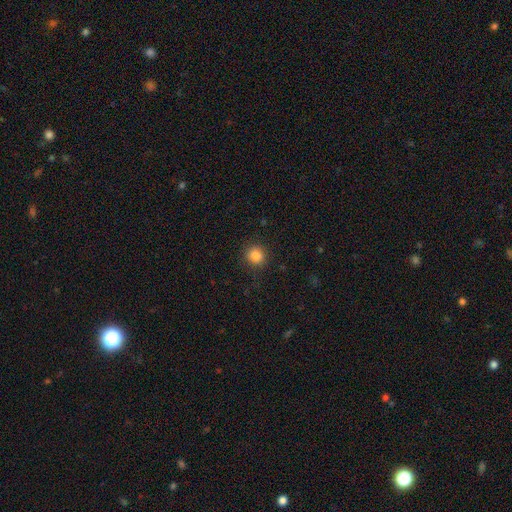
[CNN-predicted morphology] This appears to be a smooth galaxy with no disk features (85%) that is round (90%). Merging: none (89%).